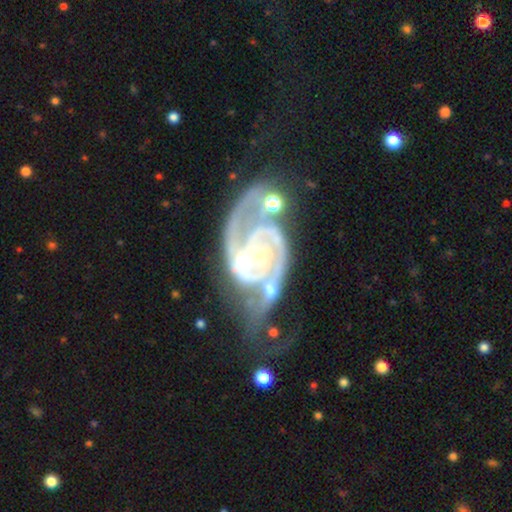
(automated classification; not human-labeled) Smooth or featured? Predicted: featured or disk (p=0.92). Edge-on disk? Predicted: no (p=0.98). Bar? Predicted: no (p=0.66). Spiral arms? Predicted: yes (p=0.98). Spiral winding? Predicted: tight (p=0.56). Spiral arm count? Predicted: 2 (p=0.74). Bulge size? Predicted: small (p=0.72). Merging? Predicted: none (p=0.36).